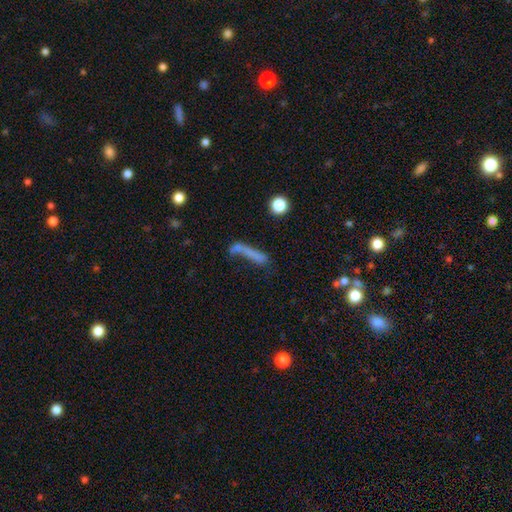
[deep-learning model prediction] A smooth galaxy with no disk features (60%) that is cigar-shaped (81%). Merging: none (41%).